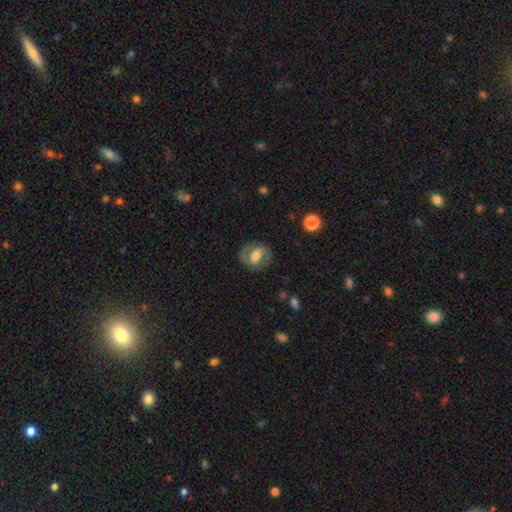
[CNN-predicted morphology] Overall: featured or disk (63%; smooth 30%). Edge-on disk: no (96%). Bar: weak (41%; strong 33%). Spiral arms: yes (76%). Bulge size: moderate (52%; large 25%). Merging: none (80%).